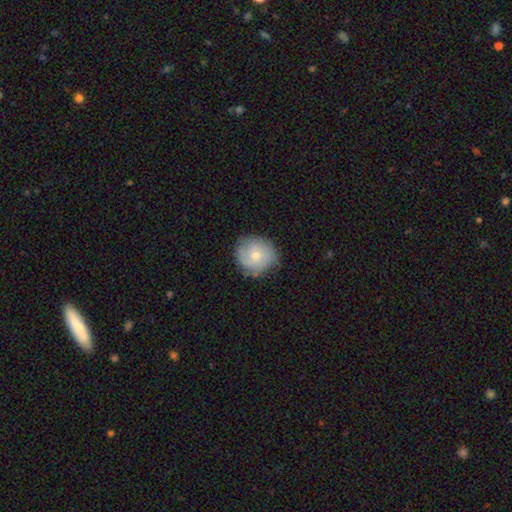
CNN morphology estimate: A smooth galaxy with no disk features (56%) that is round (87%).

Vote fractions:
- Smooth or featured? smooth: 56% / featured or disk: 37% / star or artifact: 7%
- How rounded? round: 87% / in between: 12% / cigar-shaped: 1%
- Merging? none: 74% / minor disturbance: 20% / major disturbance: 5% / merger: 1%